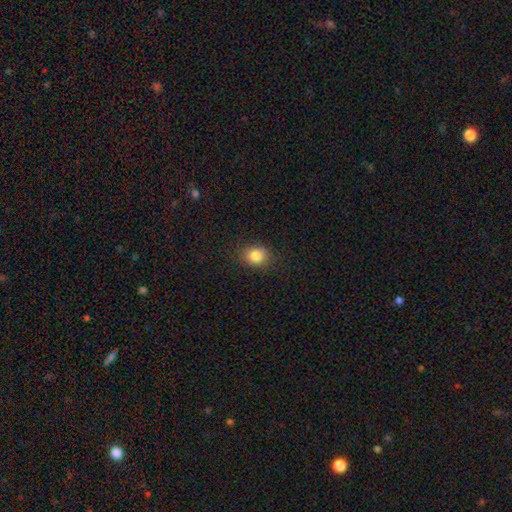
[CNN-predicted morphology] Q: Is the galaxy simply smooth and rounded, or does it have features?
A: smooth — 85%.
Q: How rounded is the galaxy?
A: round — 57%.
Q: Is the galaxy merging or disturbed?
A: none — 84%.